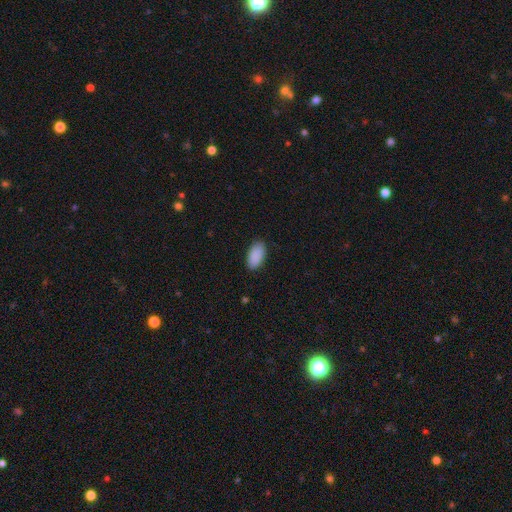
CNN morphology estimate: A smooth galaxy with no disk features (91%) that is in between round and cigar-shaped (95%).

Vote fractions:
- Smooth or featured? smooth: 91% / star or artifact: 6% / featured or disk: 3%
- How rounded? in between: 95% / cigar-shaped: 3% / round: 2%
- Merging? none: 88% / minor disturbance: 9% / major disturbance: 2% / merger: 1%